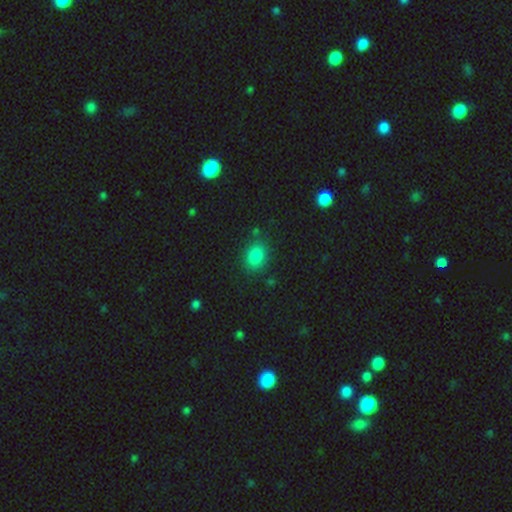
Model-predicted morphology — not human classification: Smooth or featured? Predicted: smooth (p=0.82). How rounded? Predicted: in between (p=0.56). Merging? Predicted: none (p=0.83).